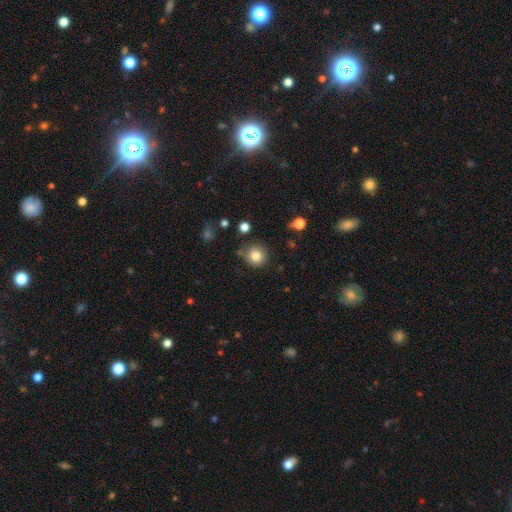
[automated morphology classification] Q: Smooth or featured?
A: smooth (83%); runner-up: star or artifact (11%)
Q: How rounded?
A: round (92%); runner-up: in between (7%)
Q: Merging?
A: none (80%); runner-up: minor disturbance (12%)